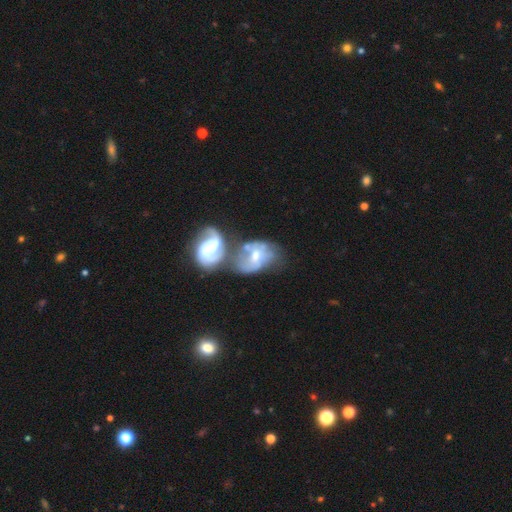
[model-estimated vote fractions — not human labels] Smooth or featured? featured or disk (70%)
Edge-on disk? no (96%)
Bar? no (46%)
Spiral arms? yes (80%)
Spiral winding? medium (43%)
Spiral arm count? 2 (63%)
Bulge size? moderate (61%)
Merging? merger (59%)